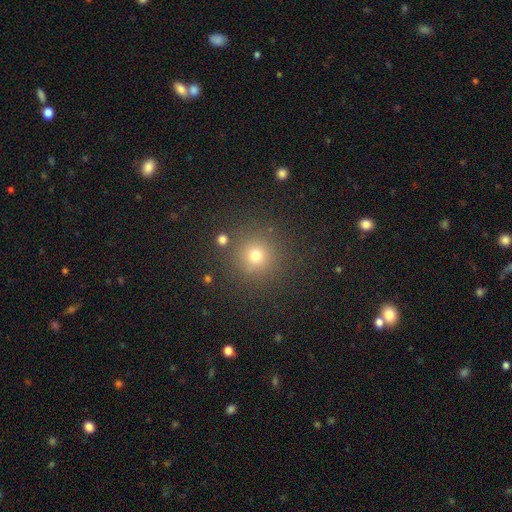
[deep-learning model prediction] Q: Smooth or featured?
A: smooth (71%); runner-up: star or artifact (21%)
Q: How rounded?
A: round (94%); runner-up: in between (5%)
Q: Merging?
A: none (86%); runner-up: minor disturbance (7%)